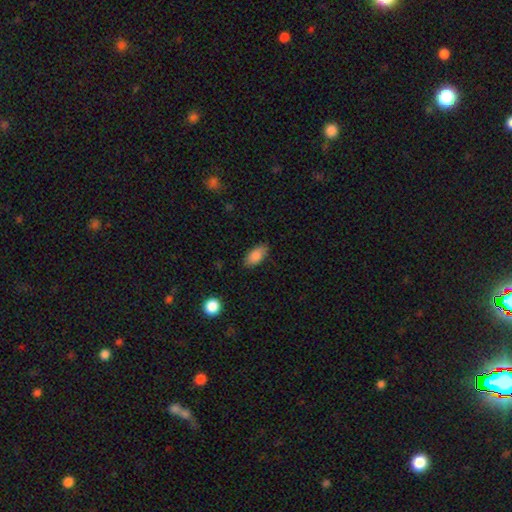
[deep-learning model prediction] A smooth galaxy with no disk features (86%) that is in between round and cigar-shaped (91%).

Vote fractions:
- Smooth or featured? smooth: 86% / star or artifact: 7% / featured or disk: 7%
- How rounded? in between: 91% / cigar-shaped: 5% / round: 4%
- Merging? none: 83% / minor disturbance: 13% / major disturbance: 3% / merger: 1%